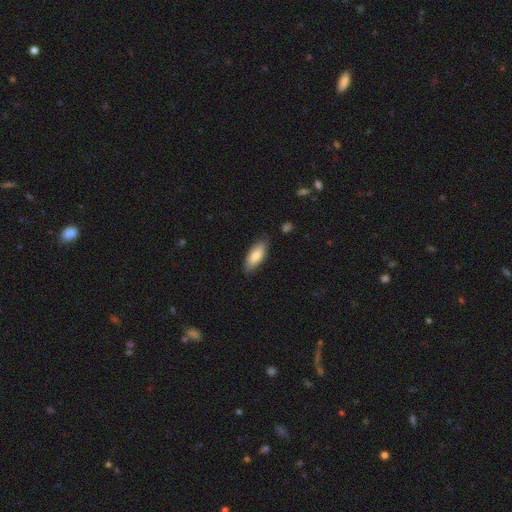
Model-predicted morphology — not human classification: smooth_or_featured: smooth (p=0.79) [alt: featured or disk p=0.15]
how_rounded: in between (p=0.74) [alt: cigar-shaped p=0.24]
merging: none (p=0.81) [alt: minor disturbance p=0.15]